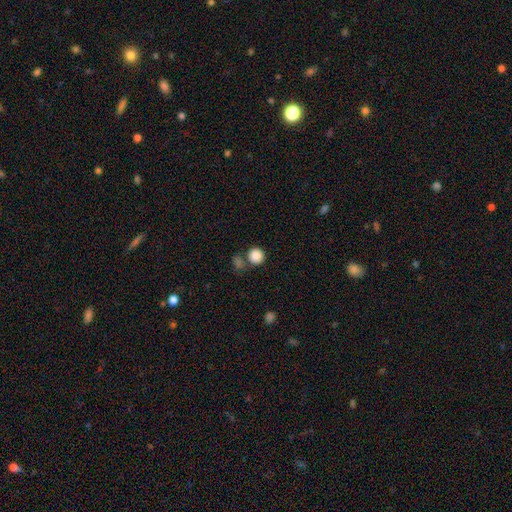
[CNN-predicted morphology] The model was most divided on "merging": none: 68%, merger: 18%, minor disturbance: 9%, major disturbance: 4%. More confident: how rounded — round (92%); smooth or featured — smooth (87%).